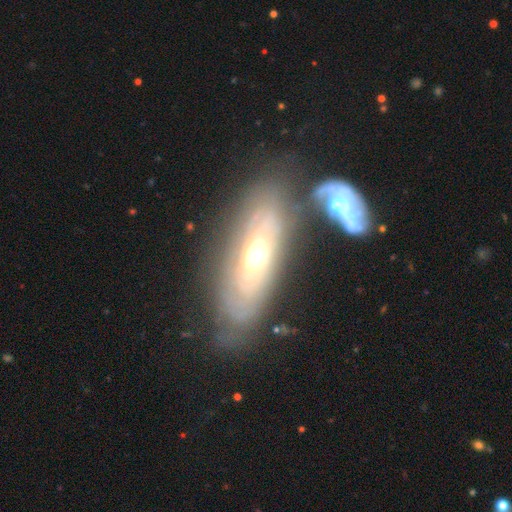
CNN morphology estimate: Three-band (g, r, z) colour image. It shows a featured or disk galaxy (72%) with no bar (75%), spiral arms (66%) and a moderate central bulge (71%). Merging: none (58%).